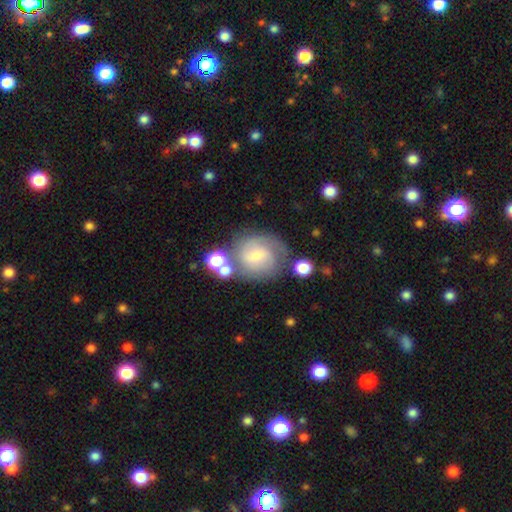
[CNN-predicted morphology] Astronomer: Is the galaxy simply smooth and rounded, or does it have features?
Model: featured or disk — 60%.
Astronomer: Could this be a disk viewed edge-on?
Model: no — 97%.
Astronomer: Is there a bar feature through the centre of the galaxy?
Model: weak — 49% (runner-up: no, 38%).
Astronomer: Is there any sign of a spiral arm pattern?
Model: yes — 87%.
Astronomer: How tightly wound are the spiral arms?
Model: medium — 42%, tied with tight at 42%.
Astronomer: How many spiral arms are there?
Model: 2 — 55%.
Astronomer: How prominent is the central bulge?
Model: small — 61%.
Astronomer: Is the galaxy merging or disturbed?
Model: none — 59%.